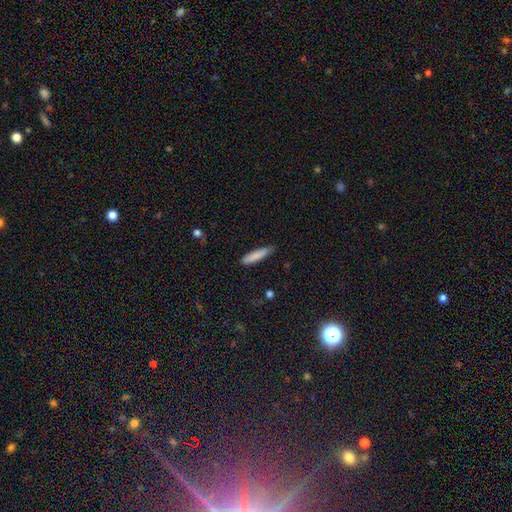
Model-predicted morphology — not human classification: type=smooth (84%); roundness=cigar-shaped (83%); merging=none (81%).